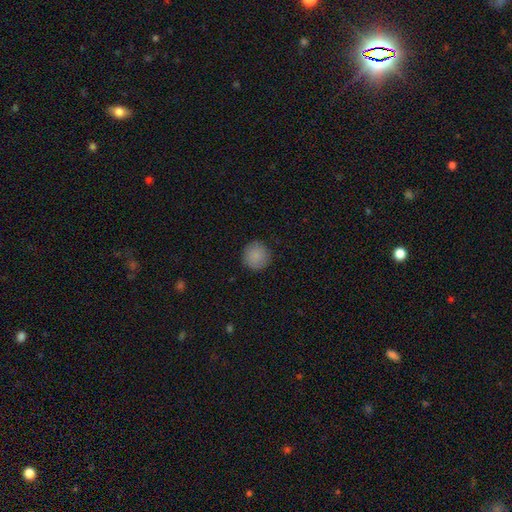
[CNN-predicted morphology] Smooth or featured? Predicted: smooth (p=0.87). How rounded? Predicted: round (p=0.94). Merging? Predicted: none (p=0.88).